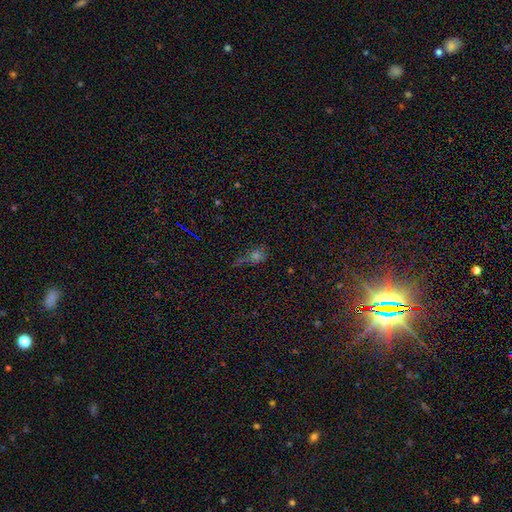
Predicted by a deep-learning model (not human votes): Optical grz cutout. It shows a star or artifact, not a galaxy (47%).